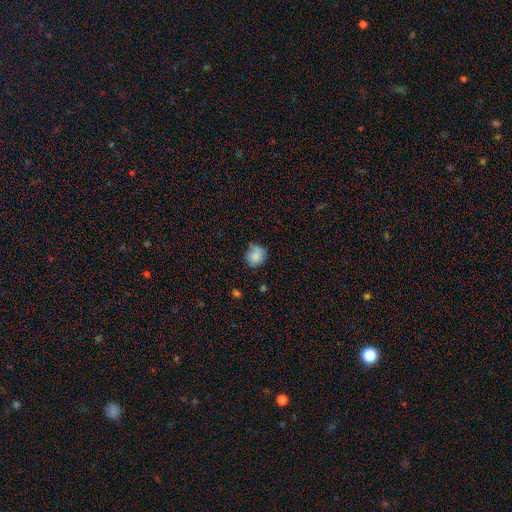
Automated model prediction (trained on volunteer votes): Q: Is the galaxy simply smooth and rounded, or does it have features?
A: smooth — 80%.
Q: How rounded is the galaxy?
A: round — 79%.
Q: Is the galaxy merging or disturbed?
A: none — 65%.